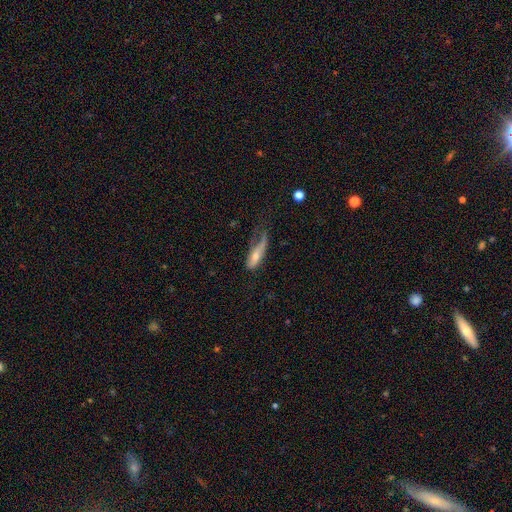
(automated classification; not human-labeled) Overall: smooth (52%; featured or disk 40%). How rounded: cigar-shaped (56%; in between 42%). Merging: major disturbance (41%; minor disturbance 30%).